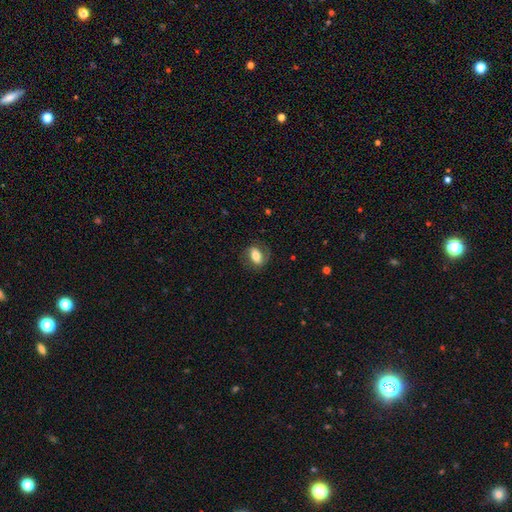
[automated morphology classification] Smooth or featured? Predicted: smooth (p=0.64). How rounded? Predicted: in between (p=0.81). Merging? Predicted: none (p=0.72).